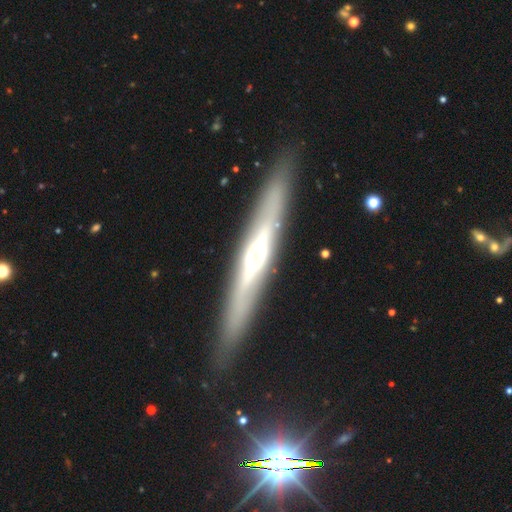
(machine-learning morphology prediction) type=featured or disk (72%); edge-on=yes (90%); edge-on bulge=rounded (74%); merging=none (88%).